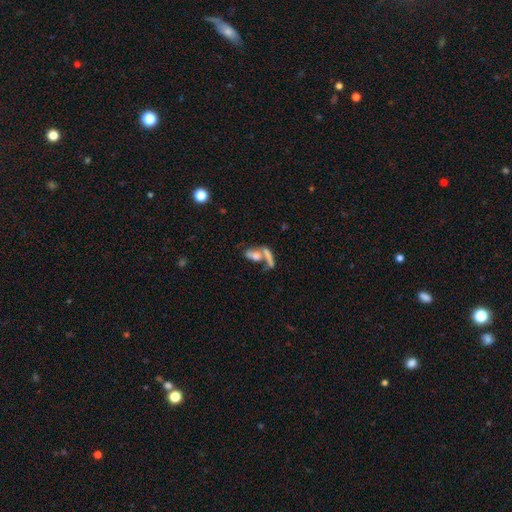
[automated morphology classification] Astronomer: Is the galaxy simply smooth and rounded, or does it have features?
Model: smooth — 56% (runner-up: featured or disk, 31%).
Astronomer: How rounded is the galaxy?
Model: in between — 61%.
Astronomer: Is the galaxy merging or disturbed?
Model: merger — 52% (runner-up: none, 28%).